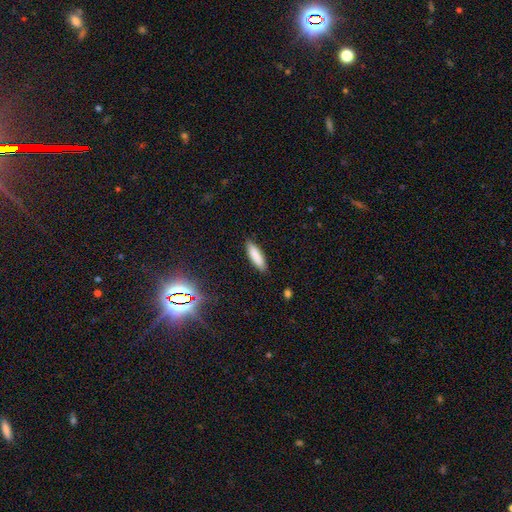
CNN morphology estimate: Overall: smooth (86%). How rounded: cigar-shaped (60%; in between 38%). Merging: none (88%).